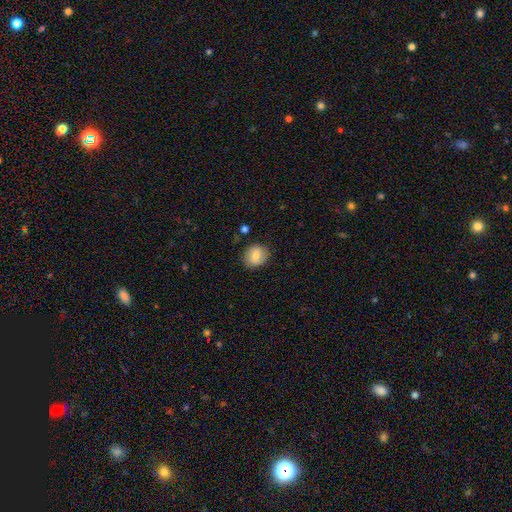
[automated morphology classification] This appears to be a smooth galaxy with no disk features (75%) that is round (67%). Merging: none (82%).